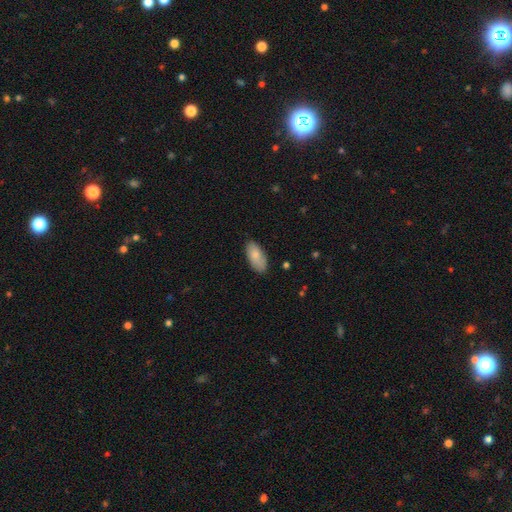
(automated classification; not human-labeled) smooth 83%, featured or disk 11%, star or artifact 6%. Down the decision tree: how rounded — in between (91%); merging — none (80%).